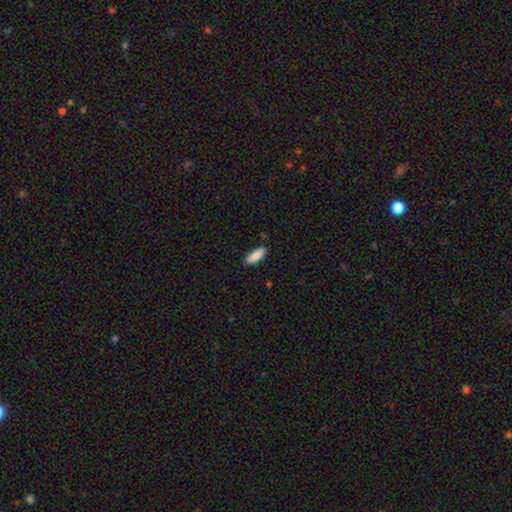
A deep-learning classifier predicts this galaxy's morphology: smooth 88%, featured or disk 6%, star or artifact 6%. Down the decision tree: how rounded — in between (63%); merging — none (87%).